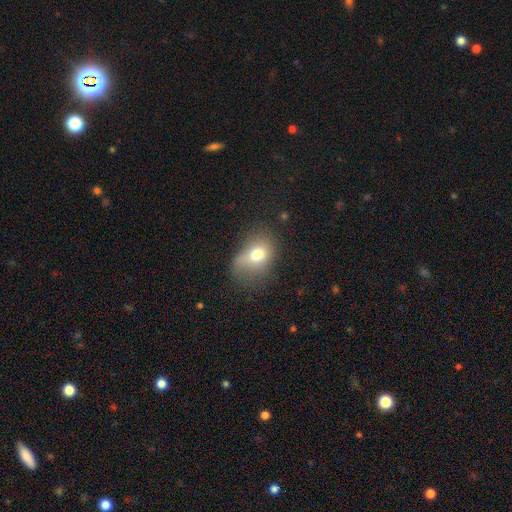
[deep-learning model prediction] Smooth or featured? Predicted: smooth (p=0.72). How rounded? Predicted: in between (p=0.70). Merging? Predicted: none (p=0.41).